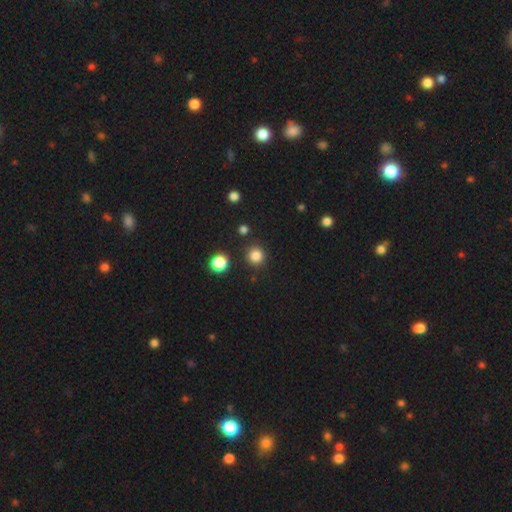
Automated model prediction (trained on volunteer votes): Smooth or featured: smooth — 83% (star or artifact — 13%)
How rounded: round — 92% (in between — 7%)
Merging: none — 88% (minor disturbance — 6%)